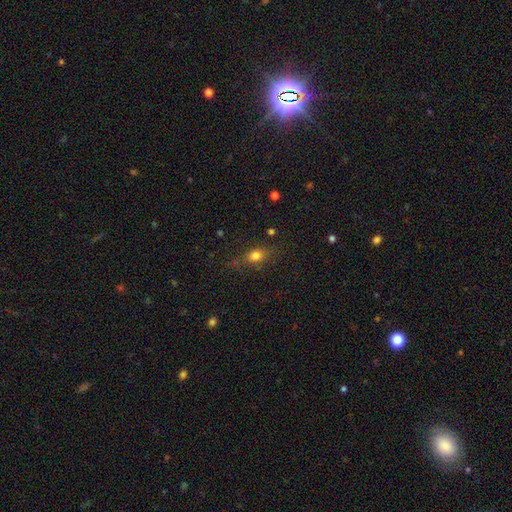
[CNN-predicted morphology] Q: Smooth or featured?
A: smooth (77%); runner-up: star or artifact (12%)
Q: How rounded?
A: in between (61%); runner-up: round (32%)
Q: Merging?
A: none (72%); runner-up: minor disturbance (18%)